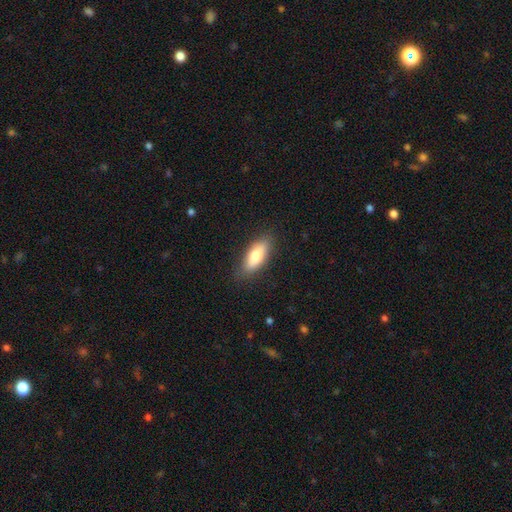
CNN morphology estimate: Smooth or featured? smooth (77%)
How rounded? in between (73%)
Merging? none (84%)